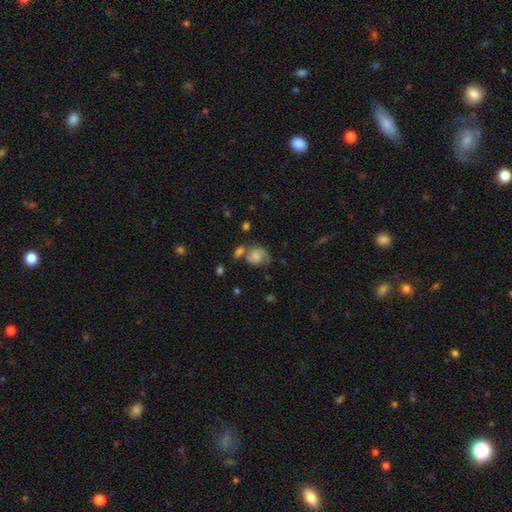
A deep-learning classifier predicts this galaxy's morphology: This is possibly a smooth galaxy (56%). How rounded: possibly in between (51%). Merging: marginally none (40%).